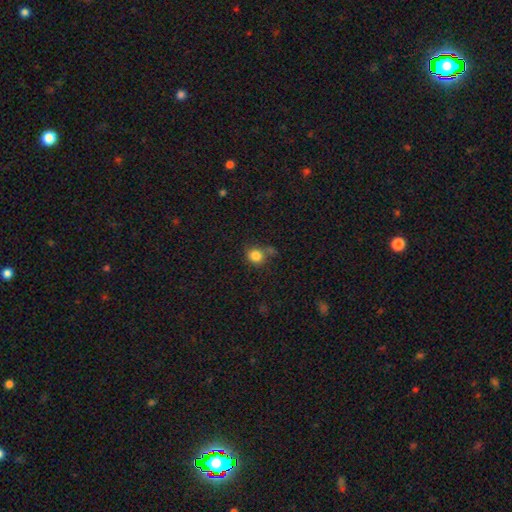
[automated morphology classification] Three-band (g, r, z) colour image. It shows a smooth galaxy with no disk features (84%) that is round (80%). Merging: none (64%).